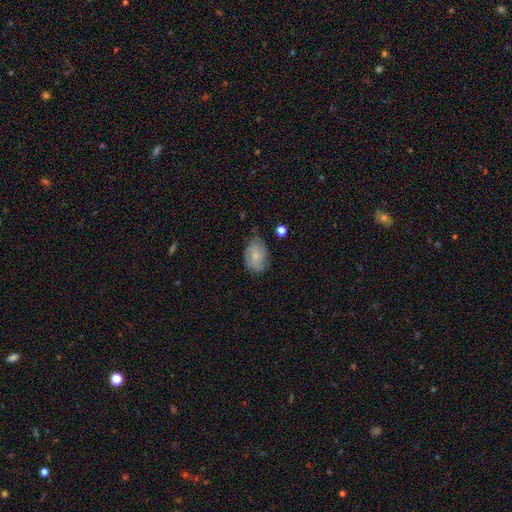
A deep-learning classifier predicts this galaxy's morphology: smooth_or_featured: smooth (p=0.57) [alt: featured or disk p=0.36]
how_rounded: in between (p=0.75) [alt: round p=0.24]
merging: none (p=0.63) [alt: minor disturbance p=0.29]